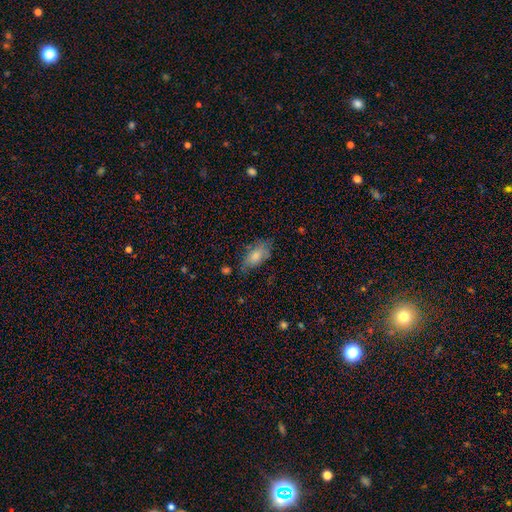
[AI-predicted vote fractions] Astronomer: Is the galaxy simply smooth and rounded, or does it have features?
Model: smooth — 77%.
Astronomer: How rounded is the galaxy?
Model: in between — 90%.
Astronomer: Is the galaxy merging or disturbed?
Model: none — 62%.